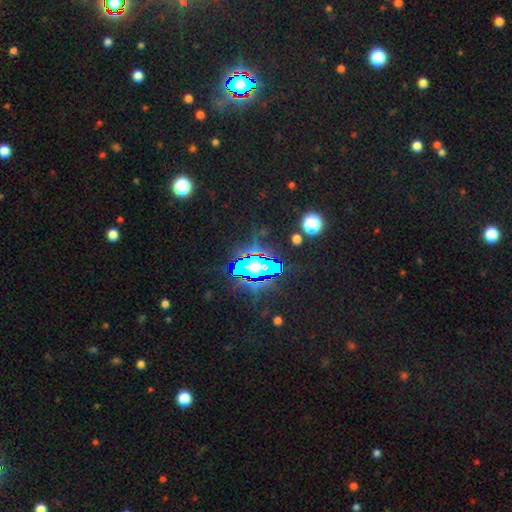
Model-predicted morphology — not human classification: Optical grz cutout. It shows a star or artifact, not a galaxy (81%).